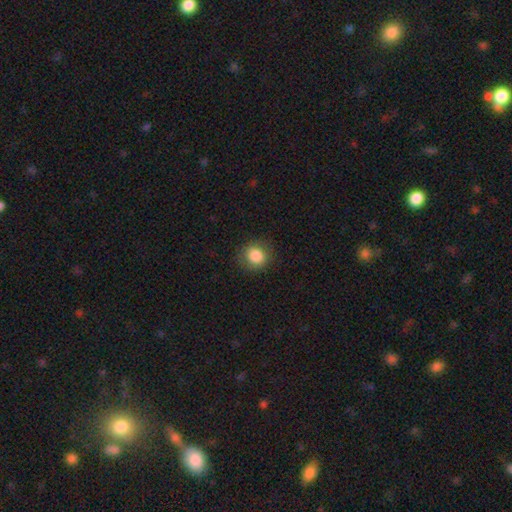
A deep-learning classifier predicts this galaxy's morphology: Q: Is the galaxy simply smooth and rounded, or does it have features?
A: smooth — 86%.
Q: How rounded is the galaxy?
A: round — 85%.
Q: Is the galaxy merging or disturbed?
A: none — 85%.